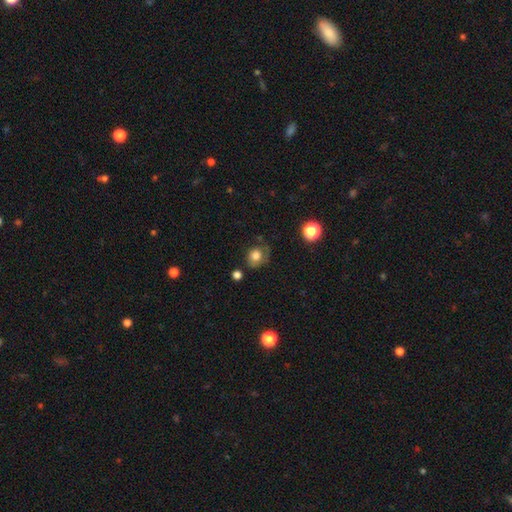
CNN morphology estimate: smooth-or-featured: smooth: 75% | featured or disk: 15% | star or artifact: 11%
  how-rounded: round: 67% | in between: 32% | cigar-shaped: 1%
  merging: none: 54% | minor disturbance: 28% | major disturbance: 15% | merger: 3%